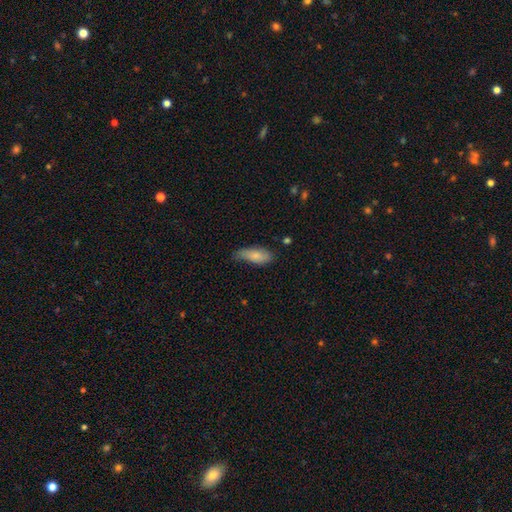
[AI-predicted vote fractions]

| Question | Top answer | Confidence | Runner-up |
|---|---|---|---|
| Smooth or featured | smooth | 81% | featured or disk (12%) |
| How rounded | in between | 80% | cigar-shaped (18%) |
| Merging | none | 46% | minor disturbance (42%) |